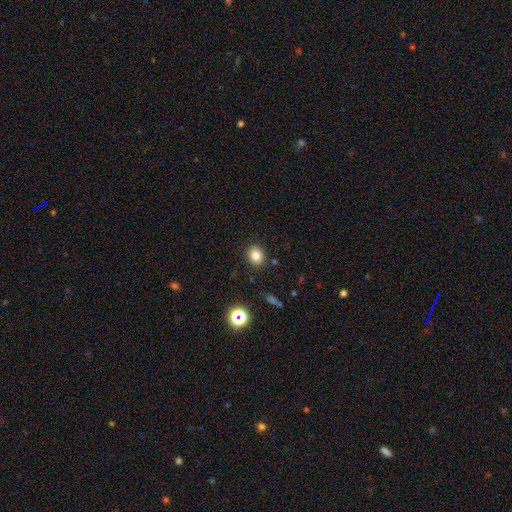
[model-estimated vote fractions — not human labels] Smooth or featured: smooth — 82% (star or artifact — 12%)
How rounded: round — 57% (in between — 42%)
Merging: none — 88% (minor disturbance — 8%)